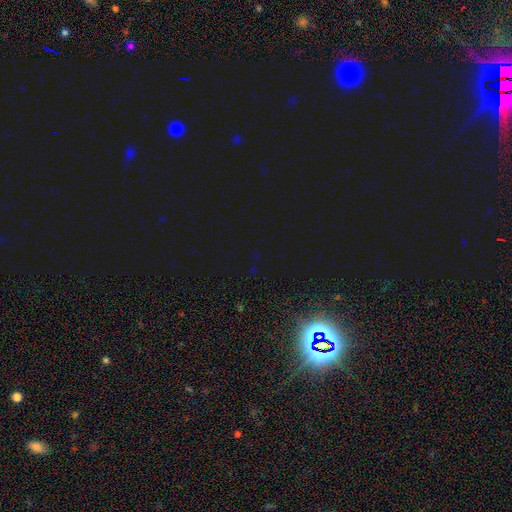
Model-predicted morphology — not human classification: Smooth or featured?
  - star or artifact: 78% *
  - smooth: 15%
  - featured or disk: 7%